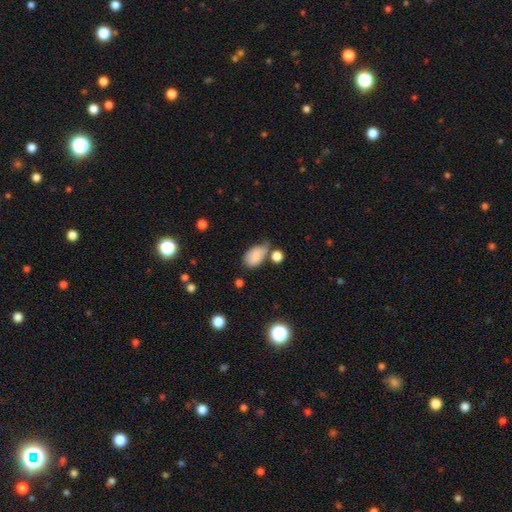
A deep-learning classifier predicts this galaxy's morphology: A smooth galaxy with no disk features (82%) that is in between round and cigar-shaped (90%).

Vote fractions:
- Smooth or featured? smooth: 82% / featured or disk: 9% / star or artifact: 9%
- How rounded? in between: 90% / round: 8% / cigar-shaped: 2%
- Merging? none: 40% / minor disturbance: 34% / merger: 14% / major disturbance: 12%